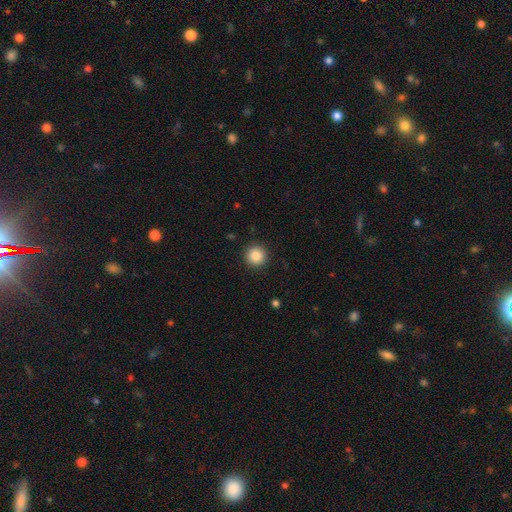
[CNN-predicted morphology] A smooth galaxy with no disk features (87%) that is round (96%).

Vote fractions:
- Smooth or featured? smooth: 87% / star or artifact: 9% / featured or disk: 4%
- How rounded? round: 96% / in between: 4% / cigar-shaped: 1%
- Merging? none: 92% / minor disturbance: 5% / major disturbance: 2% / merger: 1%